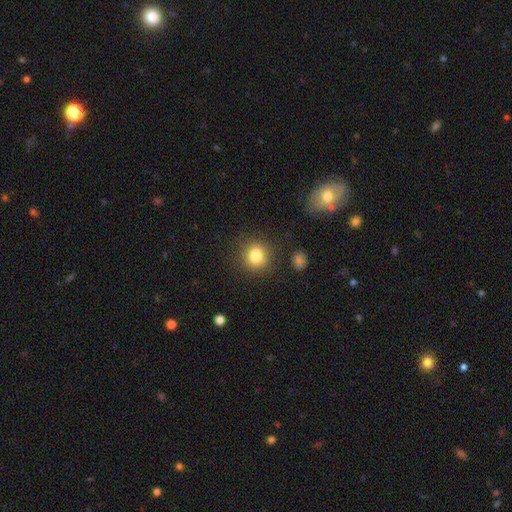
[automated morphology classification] Smooth or featured? Predicted: smooth (p=0.83). How rounded? Predicted: round (p=0.86). Merging? Predicted: none (p=0.84).